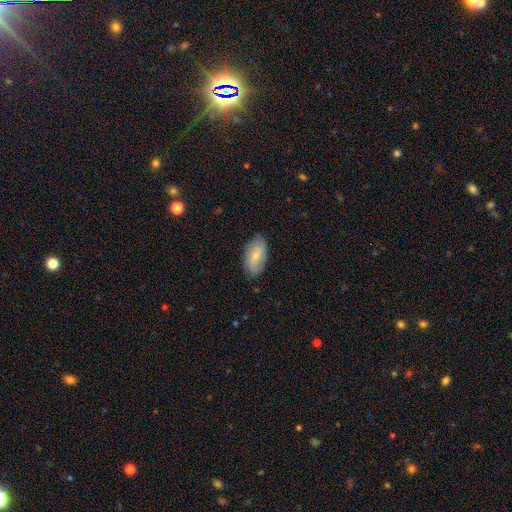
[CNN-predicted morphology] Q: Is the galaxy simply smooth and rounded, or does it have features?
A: smooth — 58%.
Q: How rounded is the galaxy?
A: in between — 93%.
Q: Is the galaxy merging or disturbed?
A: none — 79%.